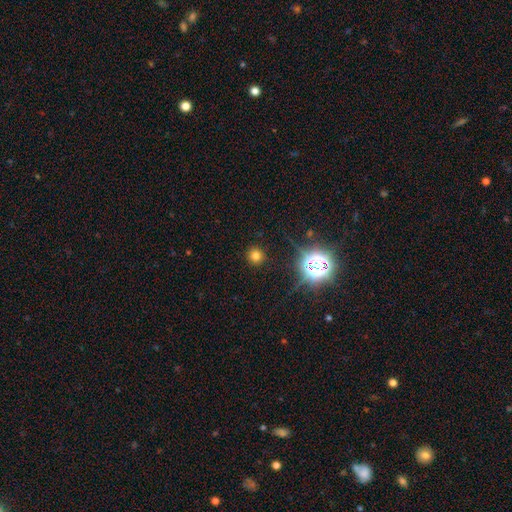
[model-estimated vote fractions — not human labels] smooth_or_featured: smooth (p=0.70) [alt: star or artifact p=0.23]
how_rounded: round (p=0.93) [alt: in between p=0.06]
merging: none (p=0.90) [alt: minor disturbance p=0.06]